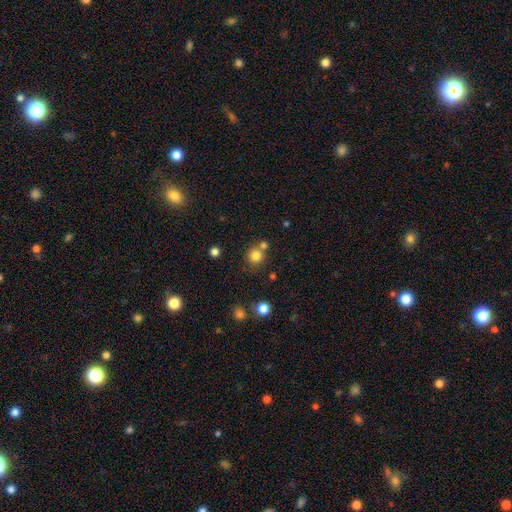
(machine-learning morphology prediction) The model was most divided on "merging": none: 68%, merger: 21%, minor disturbance: 8%, major disturbance: 3%. More confident: how rounded — round (92%); smooth or featured — smooth (80%).